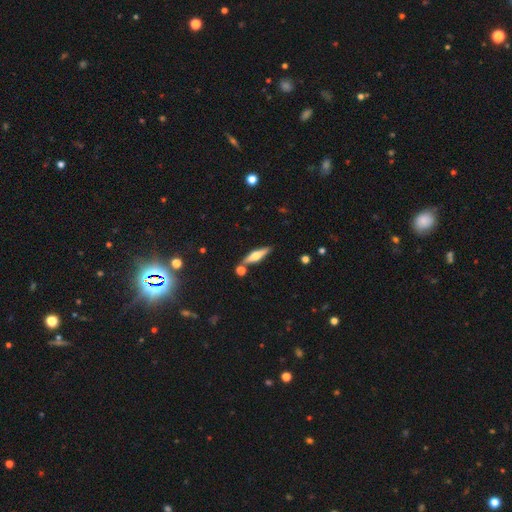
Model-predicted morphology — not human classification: Overall: featured or disk (59%; smooth 34%). Edge-on disk: yes (95%). Edge-on bulge: rounded (91%). Merging: none (80%).